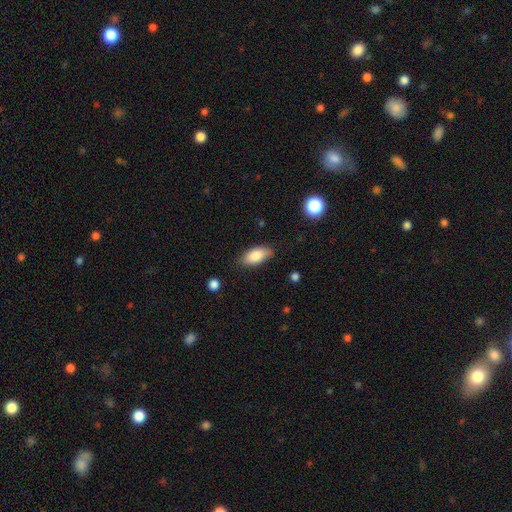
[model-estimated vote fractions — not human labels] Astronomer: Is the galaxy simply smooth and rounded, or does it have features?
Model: smooth — 84%.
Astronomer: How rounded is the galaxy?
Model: in between — 90%.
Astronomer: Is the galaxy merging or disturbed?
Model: none — 80%.